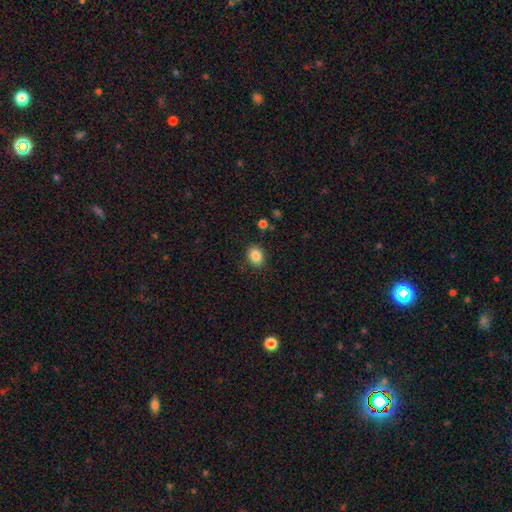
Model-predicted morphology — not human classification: A smooth galaxy with no disk features (85%) that is in between round and cigar-shaped (50%).

Vote fractions:
- Smooth or featured? smooth: 85% / star or artifact: 9% / featured or disk: 6%
- How rounded? in between: 50% / round: 49% / cigar-shaped: 1%
- Merging? none: 86% / minor disturbance: 10% / major disturbance: 2% / merger: 2%